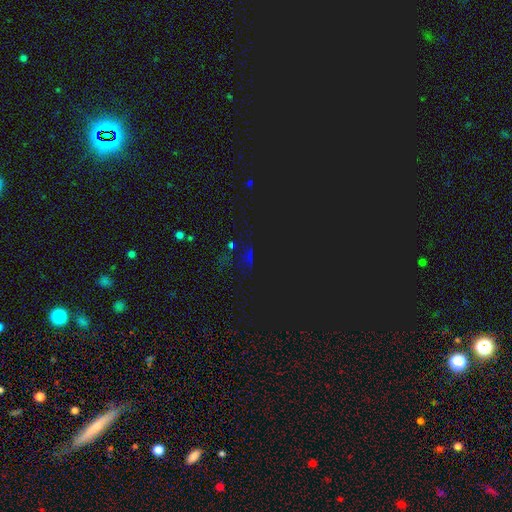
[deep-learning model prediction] Smooth or featured: star or artifact — 77% (smooth — 15%)